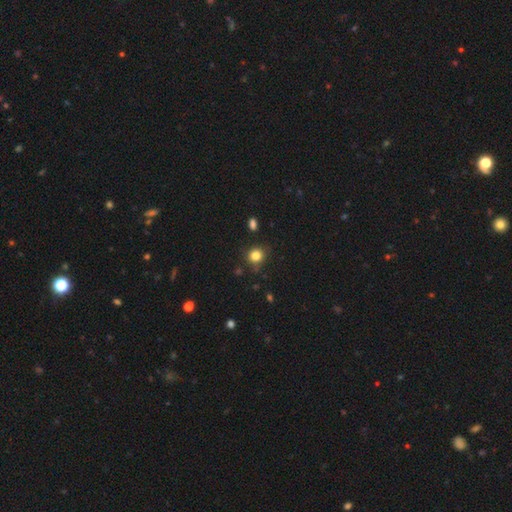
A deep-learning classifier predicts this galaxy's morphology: Smooth or featured? smooth (82%)
How rounded? round (87%)
Merging? none (83%)